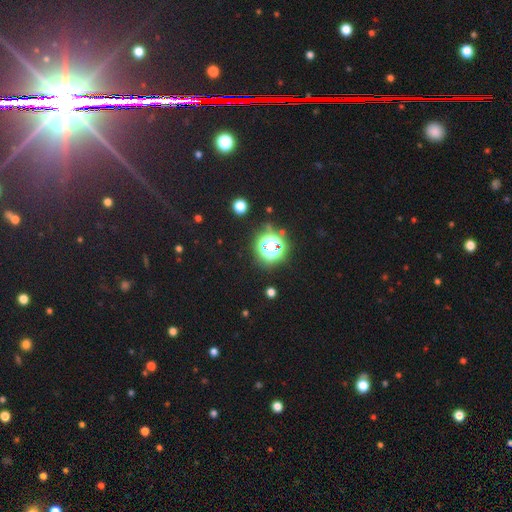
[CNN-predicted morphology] smooth_or_featured: star or artifact (p=0.81) [alt: smooth p=0.10]